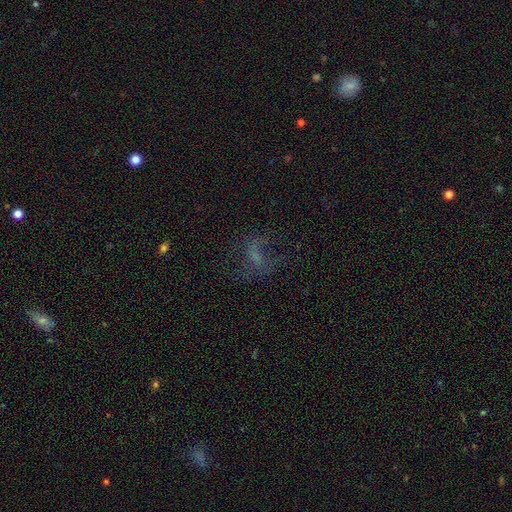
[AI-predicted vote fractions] This is marginally a featured or disk galaxy (40%). Merging: marginally none (44%).